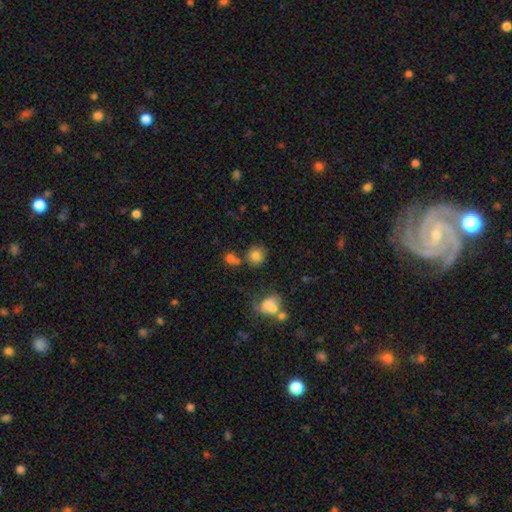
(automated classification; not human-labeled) Morphology: type=smooth (79%); roundness=round (86%); merging=none (70%).